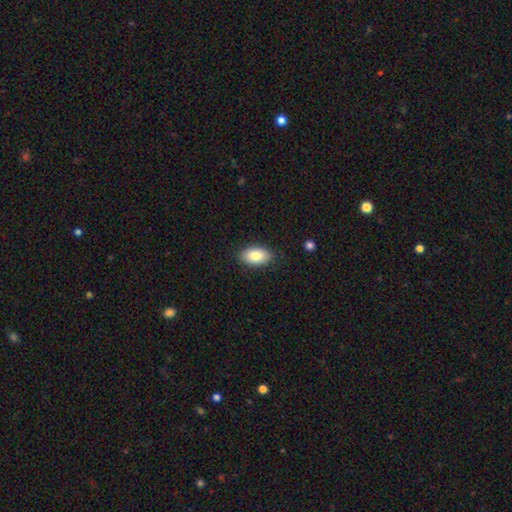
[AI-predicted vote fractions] This is clearly a smooth galaxy (82%). How rounded: clearly in between (93%). Merging: clearly none (86%).